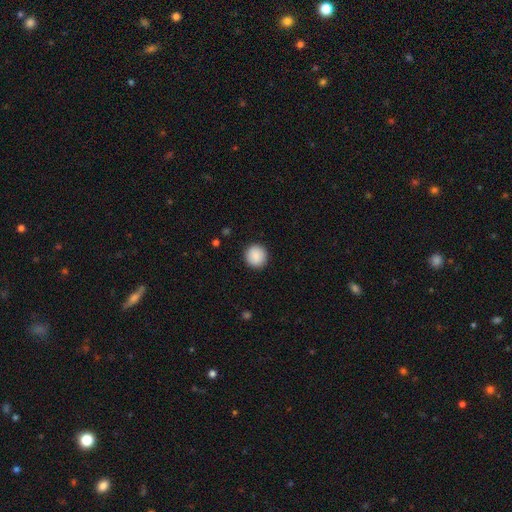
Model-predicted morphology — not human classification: Smooth or featured: smooth — 89% (star or artifact — 7%)
How rounded: round — 95% (in between — 5%)
Merging: none — 92% (minor disturbance — 5%)